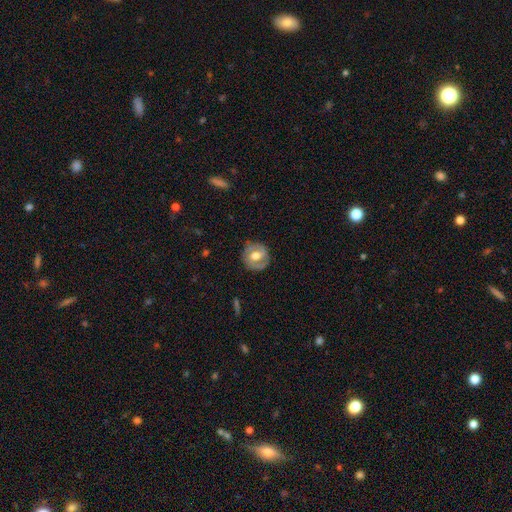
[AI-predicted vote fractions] Smooth or featured: featured or disk — 61% (smooth — 32%)
Edge-on disk: no — 96% (yes — 4%)
Bar: weak — 43% (no — 41%)
Spiral arms: yes — 74% (no — 26%)
Bulge size: moderate — 69% (large — 21%)
Merging: none — 81% (minor disturbance — 13%)